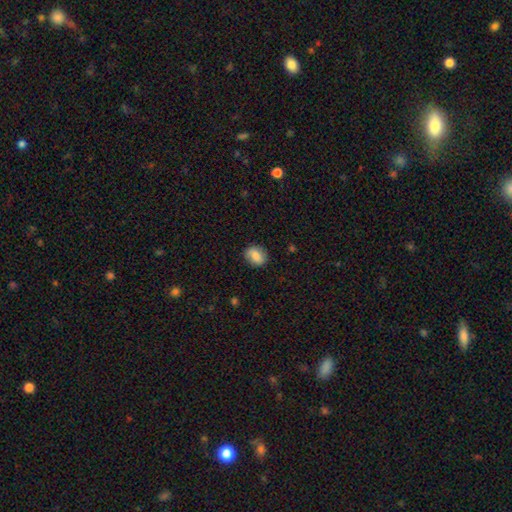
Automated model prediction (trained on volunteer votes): A smooth galaxy with no disk features (80%) that is in between round and cigar-shaped (52%). Merging: none (84%).